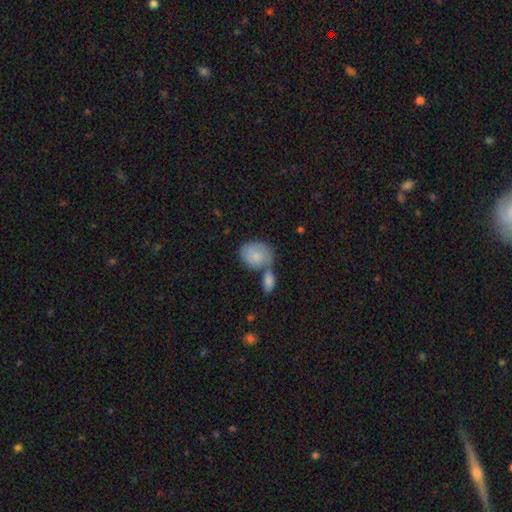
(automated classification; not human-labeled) Morphology: type=smooth (72%); roundness=in between (50%); merging=none (39%, tied with merger).